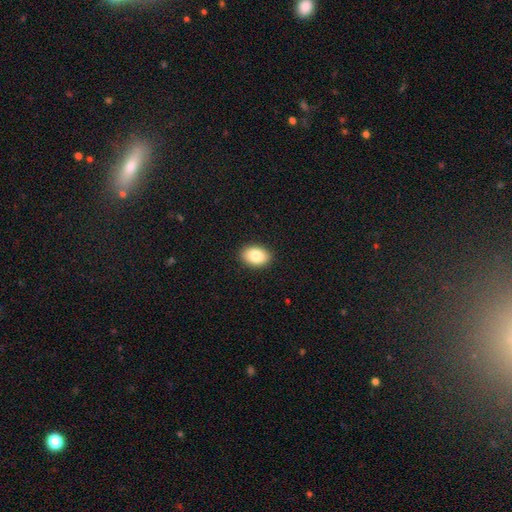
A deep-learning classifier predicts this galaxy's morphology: A smooth galaxy with no disk features (84%) that is in between round and cigar-shaped (83%).

Vote fractions:
- Smooth or featured? smooth: 84% / featured or disk: 8% / star or artifact: 8%
- How rounded? in between: 83% / round: 16% / cigar-shaped: 1%
- Merging? none: 90% / minor disturbance: 7% / major disturbance: 2% / merger: 1%